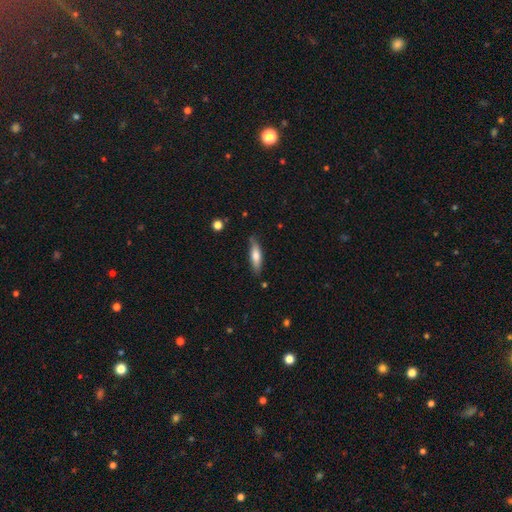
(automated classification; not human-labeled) Q: Smooth or featured?
A: smooth (64%); runner-up: featured or disk (30%)
Q: How rounded?
A: cigar-shaped (66%); runner-up: in between (32%)
Q: Merging?
A: none (80%); runner-up: minor disturbance (16%)